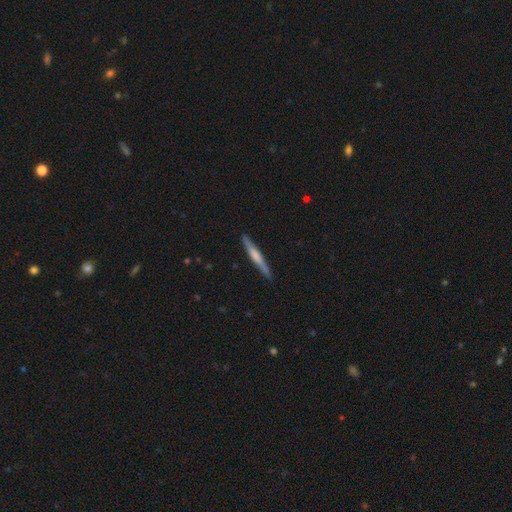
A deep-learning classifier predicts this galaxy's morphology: Overall: featured or disk (50%; smooth 45%). Edge-on disk: yes (95%). Merging: none (87%).